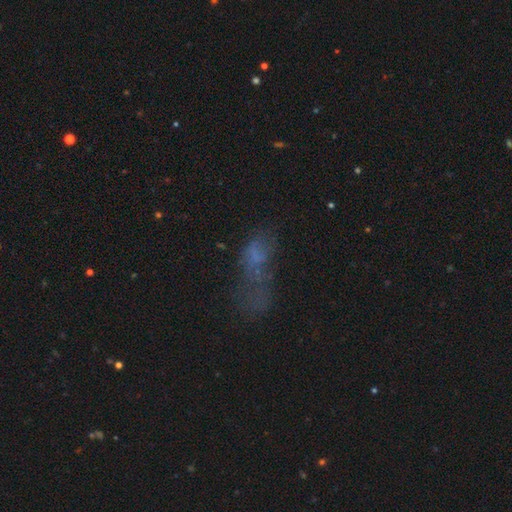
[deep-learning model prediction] The model was most divided on "smooth or featured": smooth: 44%, featured or disk: 33%, star or artifact: 23%. Remaining: merging — major disturbance (48%).